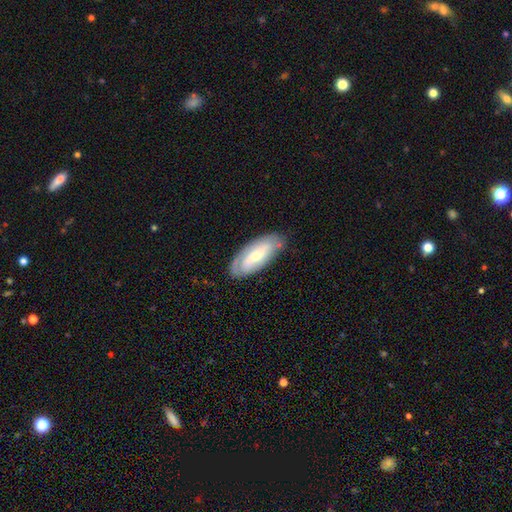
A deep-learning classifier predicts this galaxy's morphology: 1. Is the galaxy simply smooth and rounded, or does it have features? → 52% featured or disk, 42% smooth, 6% star or artifact.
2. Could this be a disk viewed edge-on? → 83% no, 17% yes.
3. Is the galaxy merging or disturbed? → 77% none, 17% minor disturbance, 4% major disturbance, 1% merger.